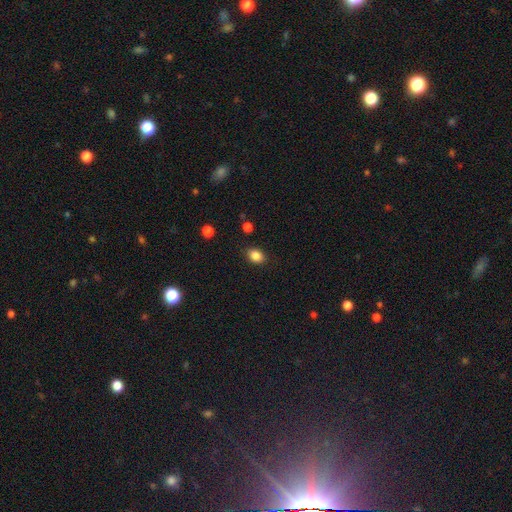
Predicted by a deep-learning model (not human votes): Smooth or featured: smooth — 85% (star or artifact — 10%)
How rounded: in between — 61% (round — 38%)
Merging: none — 86% (minor disturbance — 10%)